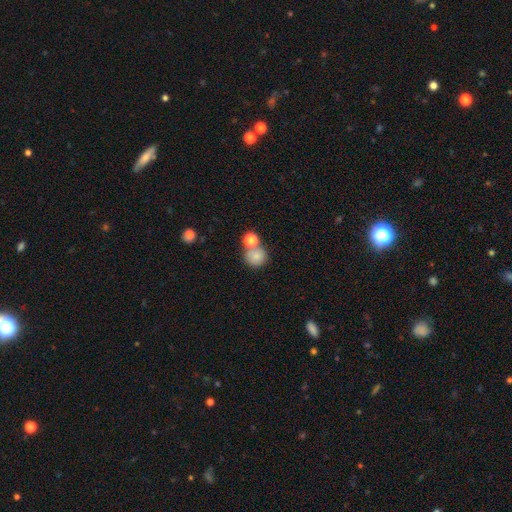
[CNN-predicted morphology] This is likely a smooth galaxy (79%). How rounded: clearly round (89%). Merging: possibly none (56%).